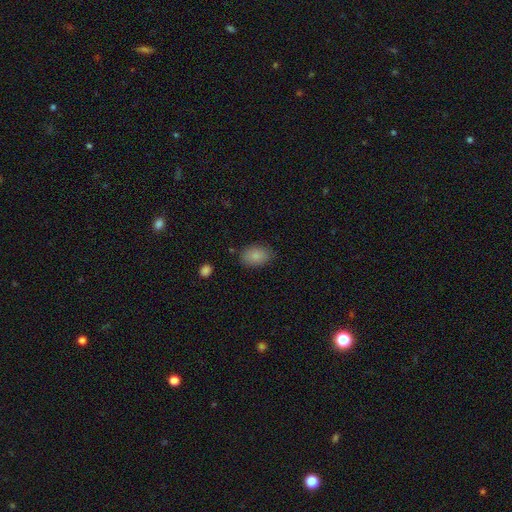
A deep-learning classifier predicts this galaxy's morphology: Overall: smooth (85%). How rounded: in between (86%). Merging: none (82%).